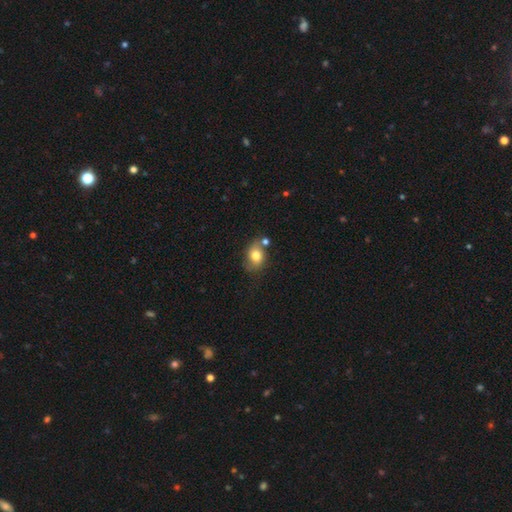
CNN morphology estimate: smooth-or-featured: smooth: 78% | featured or disk: 13% | star or artifact: 10%
  how-rounded: in between: 60% | round: 39% | cigar-shaped: 1%
  merging: none: 61% | minor disturbance: 19% | merger: 14% | major disturbance: 6%